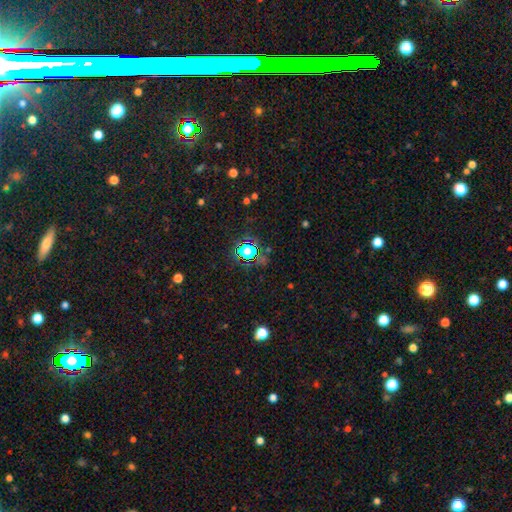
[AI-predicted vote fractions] This is likely a star or artifact rather than a galaxy (79%).